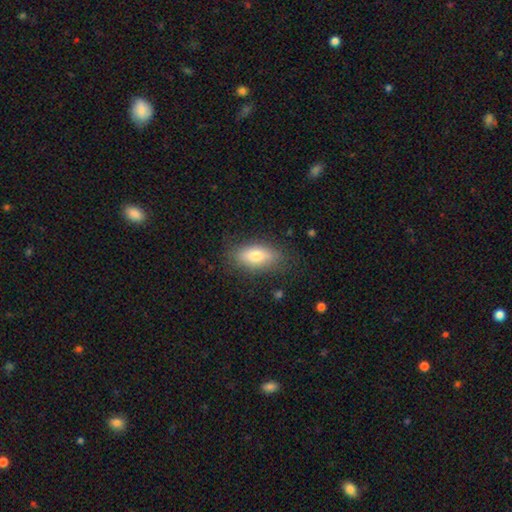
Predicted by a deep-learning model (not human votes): smooth-or-featured: smooth: 75% | featured or disk: 18% | star or artifact: 8%
  how-rounded: in between: 80% | cigar-shaped: 16% | round: 4%
  merging: none: 81% | minor disturbance: 14% | major disturbance: 4% | merger: 1%